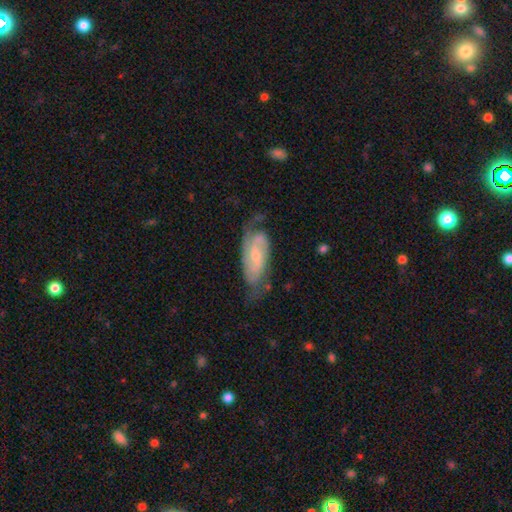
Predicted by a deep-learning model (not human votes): A featured or disk galaxy (77%) with no bar (45%), 2 (75%) medium (44%) spiral arms (94%) and a small central bulge (59%).

Vote fractions:
- Smooth or featured? featured or disk: 77% / smooth: 18% / star or artifact: 6%
- Edge-on disk? no: 93% / yes: 7%
- Bar? no: 45% / weak: 42% / strong: 13%
- Spiral arms? yes: 94% / no: 6%
- Spiral winding? medium: 44% / tight: 40% / loose: 16%
- Spiral arm count? 2: 75% / can't tell: 13% / 3: 5% / 1: 4% / 4: 1% / more than 4: 1%
- Bulge size? small: 59% / moderate: 28% / none: 9% / large: 2% / dominant: 1%
- Merging? none: 60% / minor disturbance: 25% / major disturbance: 13% / merger: 2%